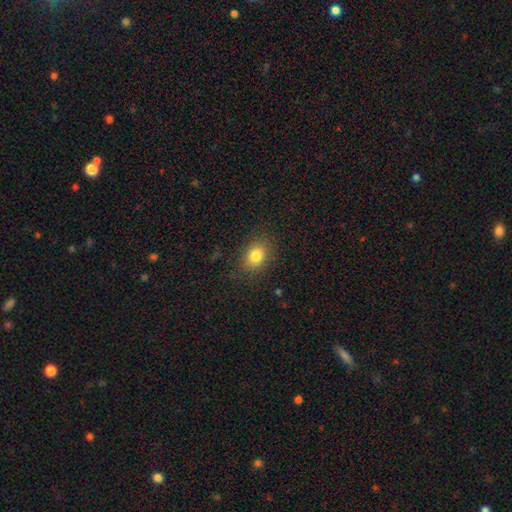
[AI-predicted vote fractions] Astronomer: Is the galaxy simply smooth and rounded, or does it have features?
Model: smooth — 81%.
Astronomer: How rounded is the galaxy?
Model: in between — 58% (runner-up: round, 41%).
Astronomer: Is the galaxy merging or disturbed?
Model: none — 83%.